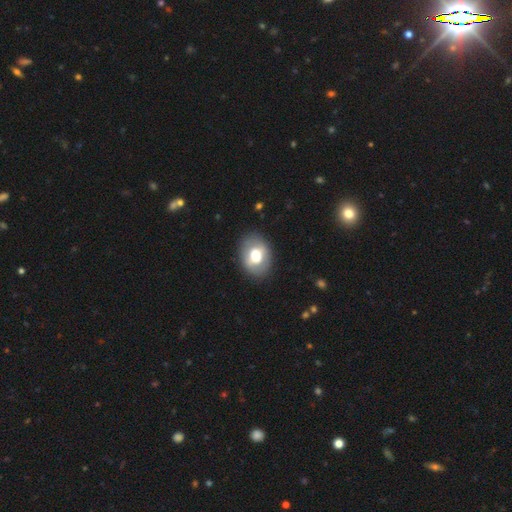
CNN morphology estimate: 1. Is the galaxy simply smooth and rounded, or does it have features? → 64% smooth, 29% featured or disk, 7% star or artifact.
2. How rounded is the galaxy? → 72% in between, 27% round, 1% cigar-shaped.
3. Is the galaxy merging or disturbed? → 83% none, 12% minor disturbance, 4% major disturbance, 1% merger.